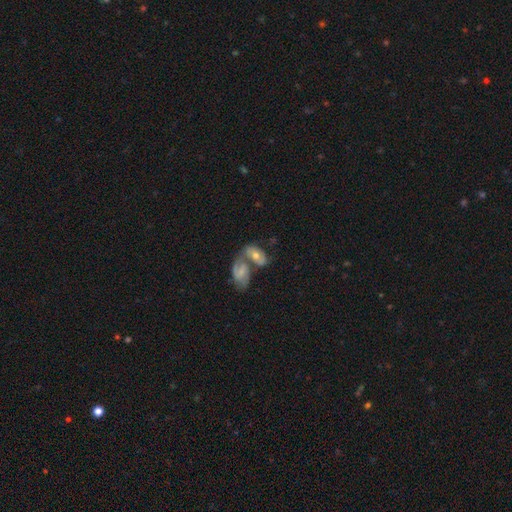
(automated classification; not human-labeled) Smooth or featured: featured or disk — 55% (smooth — 35%)
Edge-on disk: no — 92% (yes — 8%)
Bar: no — 64% (weak — 29%)
Spiral arms: yes — 72% (no — 28%)
Bulge size: moderate — 51% (small — 37%)
Merging: merger — 59% (none — 25%)